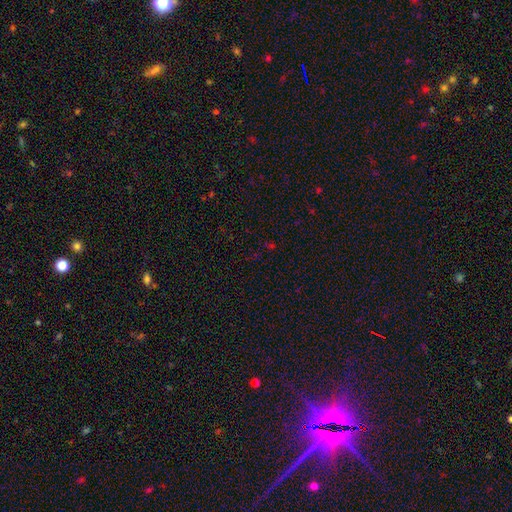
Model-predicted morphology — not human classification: Smooth or featured: star or artifact — 65% (smooth — 27%)